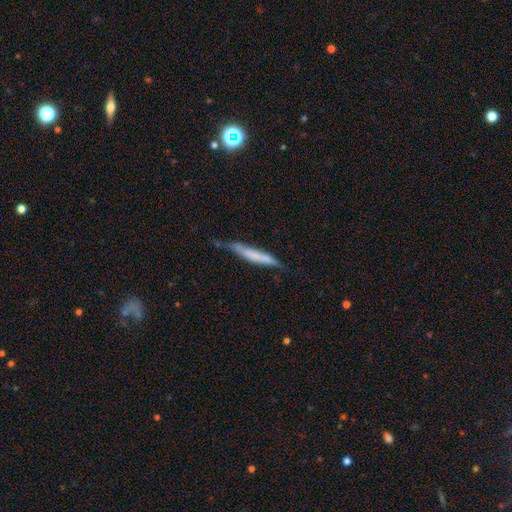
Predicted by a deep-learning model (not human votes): The model was most divided on "smooth or featured": smooth: 58%, featured or disk: 35%, star or artifact: 6%. More confident: how rounded — cigar-shaped (93%); merging — none (58%).